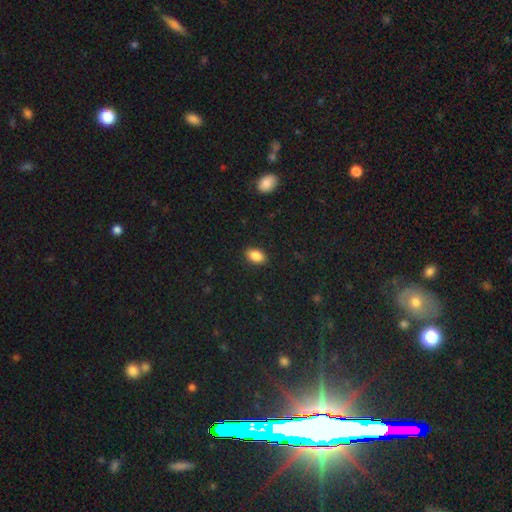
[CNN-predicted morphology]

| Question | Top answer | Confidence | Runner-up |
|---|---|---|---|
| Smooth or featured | smooth | 87% | star or artifact (8%) |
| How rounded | in between | 88% | round (11%) |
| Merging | none | 89% | minor disturbance (8%) |